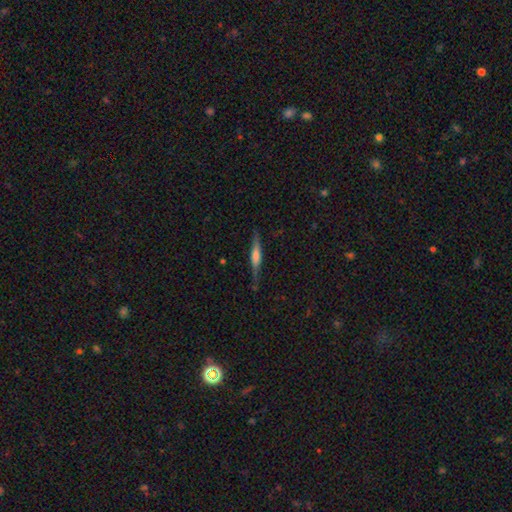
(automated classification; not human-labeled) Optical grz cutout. It shows a featured or disk galaxy (54%) viewed edge-on (95%) with a rounded central bulge (49%). Merging: none (80%).